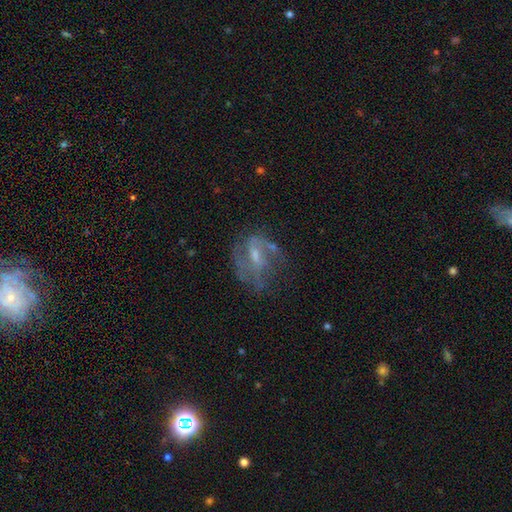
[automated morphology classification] This appears to be a featured or disk galaxy (72%) with a weak bar (50%), 2 (47%) medium (44%) spiral arms (73%) and a small central bulge (47%). Merging: none (48%).